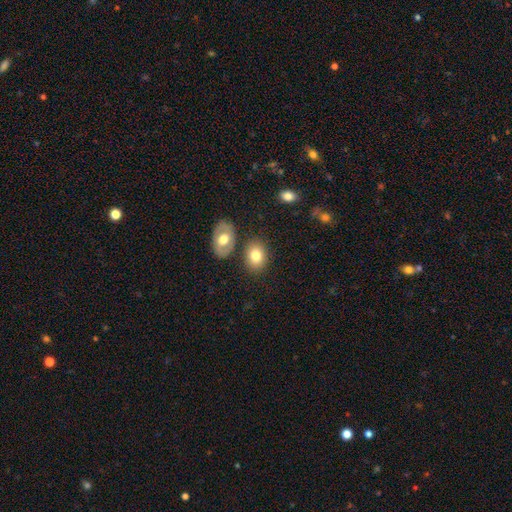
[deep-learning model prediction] Q: Smooth or featured?
A: smooth (76%); runner-up: featured or disk (16%)
Q: How rounded?
A: in between (73%); runner-up: round (26%)
Q: Merging?
A: none (74%); runner-up: merger (12%)